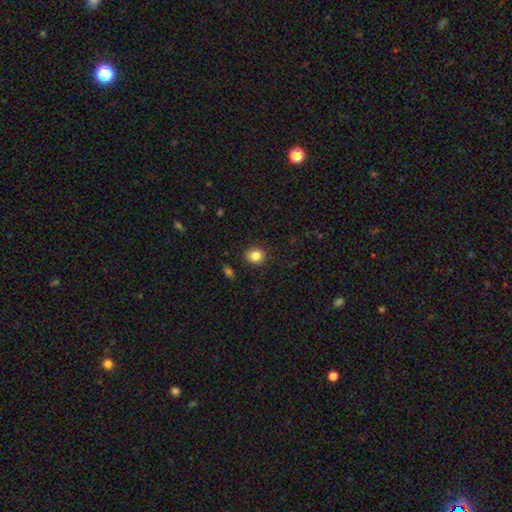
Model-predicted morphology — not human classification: This is clearly a smooth galaxy (84%). How rounded: likely round (78%). Merging: clearly none (89%).